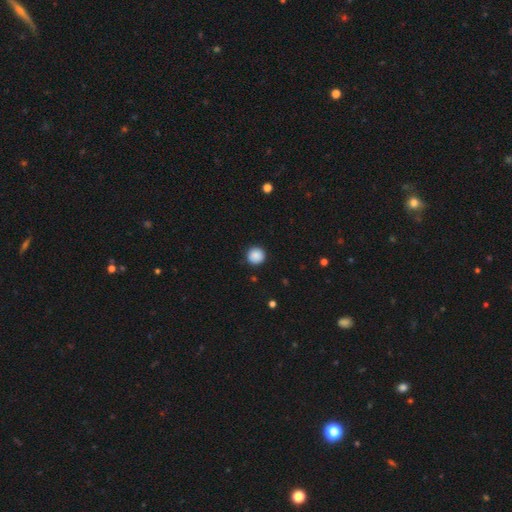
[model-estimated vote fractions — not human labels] smooth_or_featured: smooth (p=0.88) [alt: star or artifact p=0.09]
how_rounded: round (p=0.96) [alt: in between p=0.03]
merging: none (p=0.91) [alt: minor disturbance p=0.06]